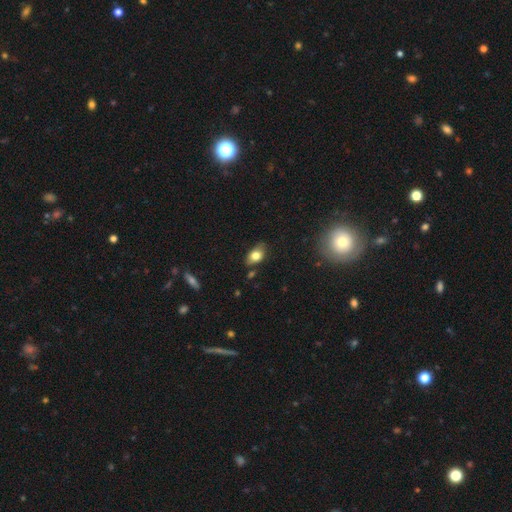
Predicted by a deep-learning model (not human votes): This appears to be a smooth galaxy with no disk features (76%) that is in between round and cigar-shaped (84%). Merging: none (67%).